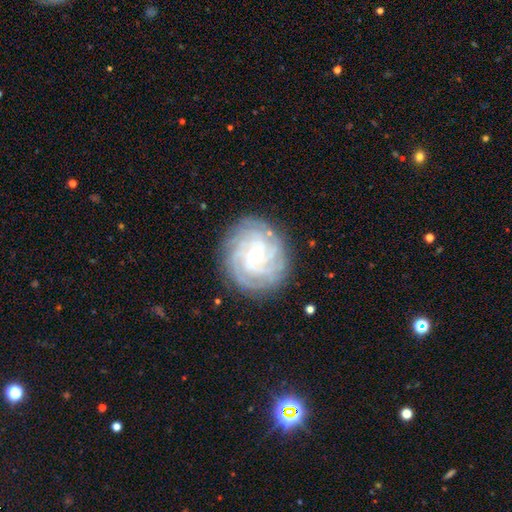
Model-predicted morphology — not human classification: type=featured or disk (86%); edge-on=no (98%); bar=no (68%); spiral arms=yes (98%); winding=tight (79%); arm count=4 (29%); bulge=small (77%); merging=none (85%).